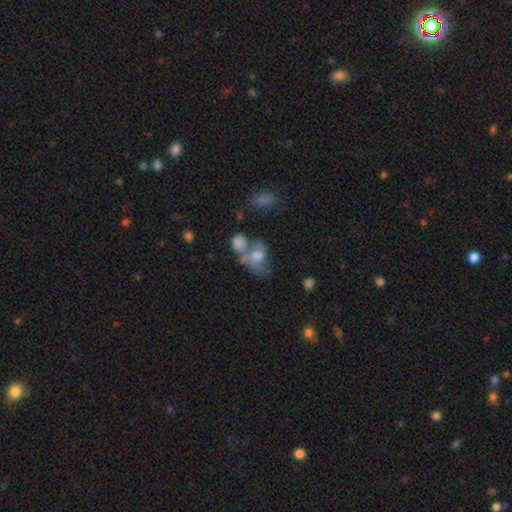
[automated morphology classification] The model was most divided on "smooth or featured": smooth: 52%, featured or disk: 35%, star or artifact: 13%. Remaining: how rounded — in between (71%); merging — merger (45%).